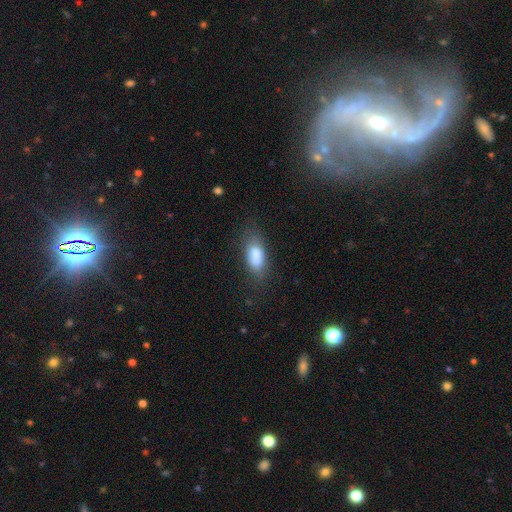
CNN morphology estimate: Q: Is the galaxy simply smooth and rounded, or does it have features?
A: smooth — 82%.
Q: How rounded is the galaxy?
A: in between — 86%.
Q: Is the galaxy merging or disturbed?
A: none — 63%.